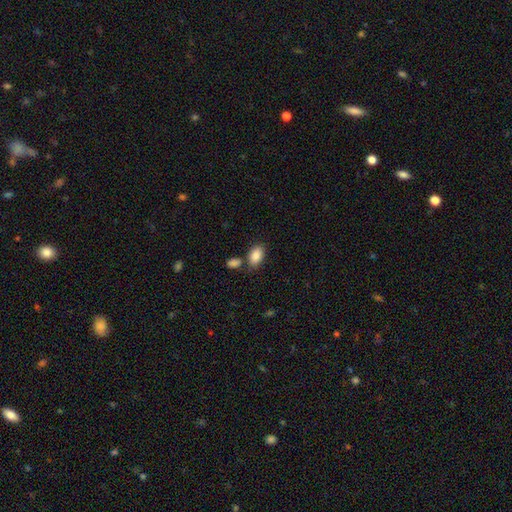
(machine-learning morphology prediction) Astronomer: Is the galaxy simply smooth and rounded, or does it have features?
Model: smooth — 87%.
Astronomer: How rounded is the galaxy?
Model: in between — 91%.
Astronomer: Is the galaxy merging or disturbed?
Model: none — 69%.